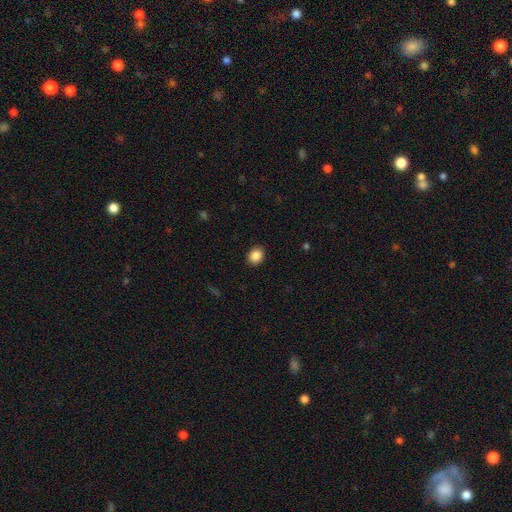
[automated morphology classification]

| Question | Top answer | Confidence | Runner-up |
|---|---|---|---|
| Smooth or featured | smooth | 88% | star or artifact (9%) |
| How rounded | round | 56% | in between (43%) |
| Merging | none | 90% | minor disturbance (7%) |